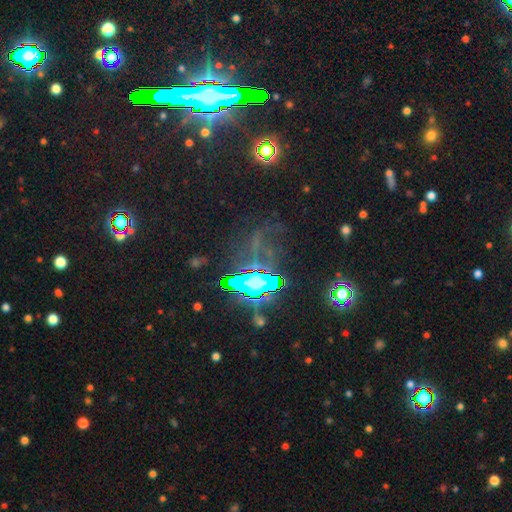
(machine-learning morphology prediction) A star or artifact, not a galaxy (76%).